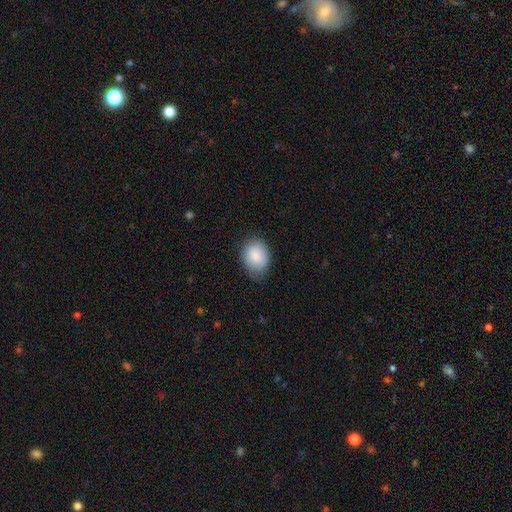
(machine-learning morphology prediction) Smooth or featured?
  - smooth: 87% *
  - star or artifact: 7%
  - featured or disk: 6%
How rounded?
  - in between: 59% *
  - round: 40%
  - cigar-shaped: 1%
Merging?
  - none: 76% *
  - minor disturbance: 20%
  - major disturbance: 4%
  - merger: 1%